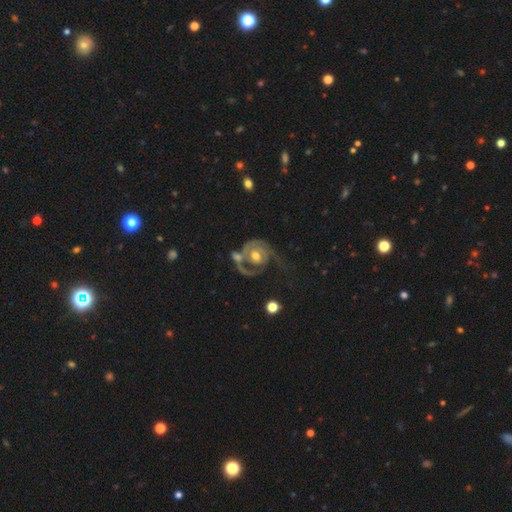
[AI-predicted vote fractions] A featured or disk galaxy (85%) with no bar (69%), 2 (55%) tight (46%) spiral arms (92%) and a moderate central bulge (74%). Merging: none (32%).